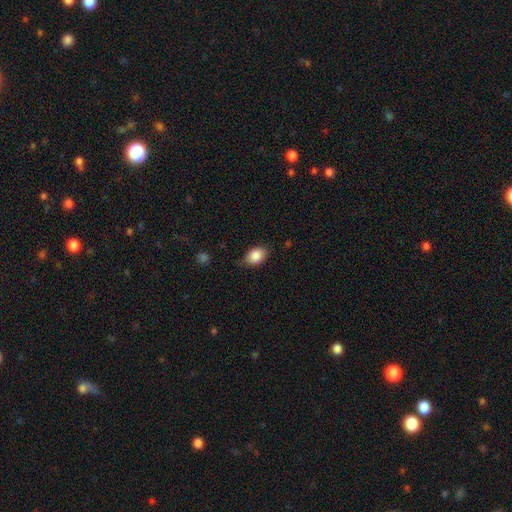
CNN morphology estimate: The model was most divided on "how rounded": in between: 75%, round: 23%, cigar-shaped: 1%. More confident: smooth or featured — smooth (86%); merging — none (75%).